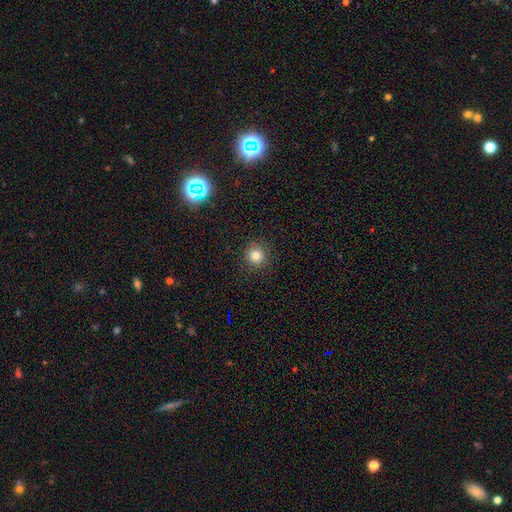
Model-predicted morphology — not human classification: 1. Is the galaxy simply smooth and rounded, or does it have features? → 83% smooth, 12% star or artifact, 5% featured or disk.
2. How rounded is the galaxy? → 92% round, 7% in between, 1% cigar-shaped.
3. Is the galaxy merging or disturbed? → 88% none, 8% minor disturbance, 3% major disturbance, 1% merger.